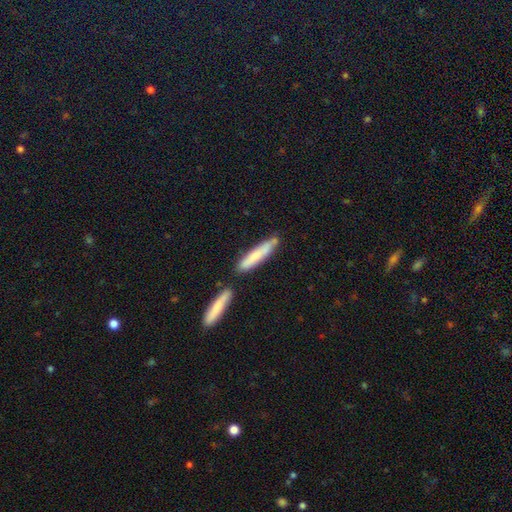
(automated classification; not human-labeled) This appears to be a smooth galaxy with no disk features (71%) that is cigar-shaped (88%). Merging: none (67%).